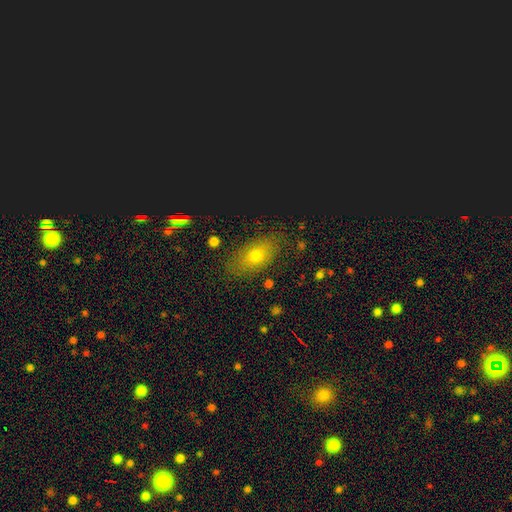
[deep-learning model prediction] Overall: smooth (69%). How rounded: in between (85%). Merging: none (81%).